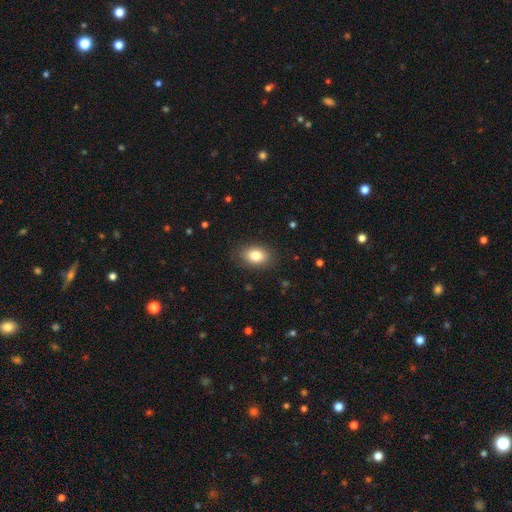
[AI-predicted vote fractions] This is clearly a smooth galaxy (82%). How rounded: clearly in between (81%). Merging: clearly none (86%).